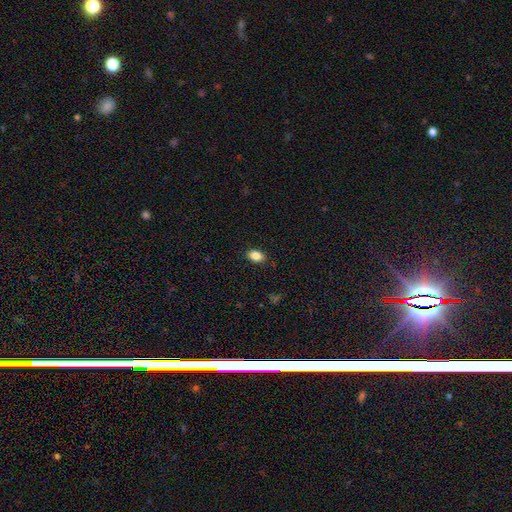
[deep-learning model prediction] The model was most divided on "how rounded": in between: 84%, round: 14%, cigar-shaped: 2%. More confident: merging — none (87%); smooth or featured — smooth (86%).